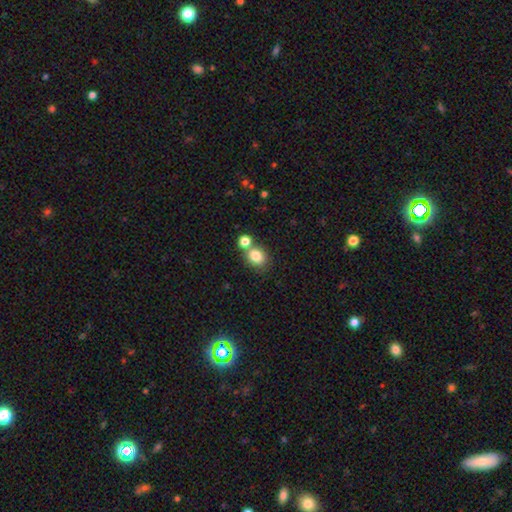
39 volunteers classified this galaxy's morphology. A smooth galaxy with no disk features (87%) that is round (65%). Merging: none (43%).